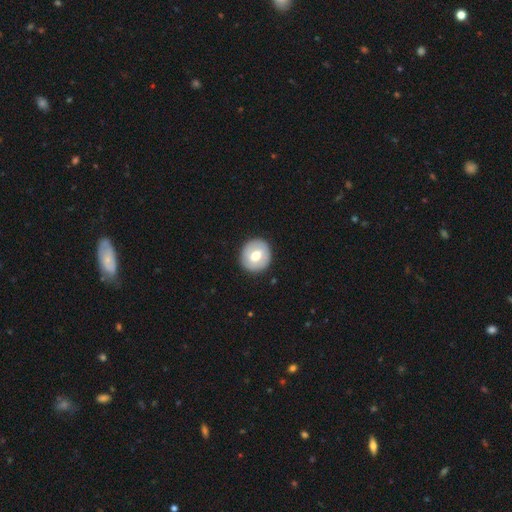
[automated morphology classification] A smooth galaxy with no disk features (60%) that is round (88%).

Vote fractions:
- Smooth or featured? smooth: 60% / featured or disk: 34% / star or artifact: 6%
- How rounded? round: 88% / in between: 11% / cigar-shaped: 1%
- Merging? none: 89% / minor disturbance: 8% / major disturbance: 2% / merger: 1%